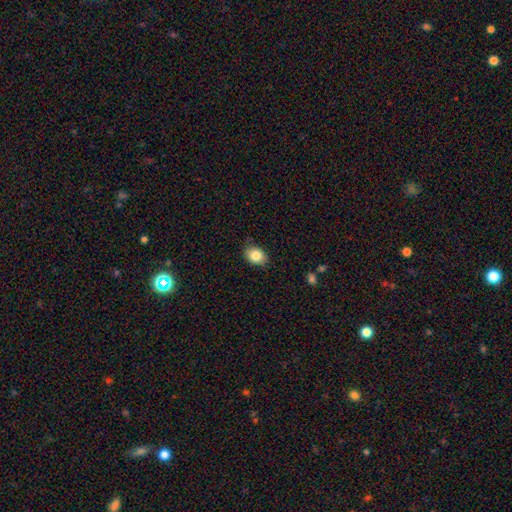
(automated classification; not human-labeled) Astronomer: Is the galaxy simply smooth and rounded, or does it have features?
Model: smooth — 85%.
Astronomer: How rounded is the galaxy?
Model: in between — 68%.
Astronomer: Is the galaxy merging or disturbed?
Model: none — 82%.